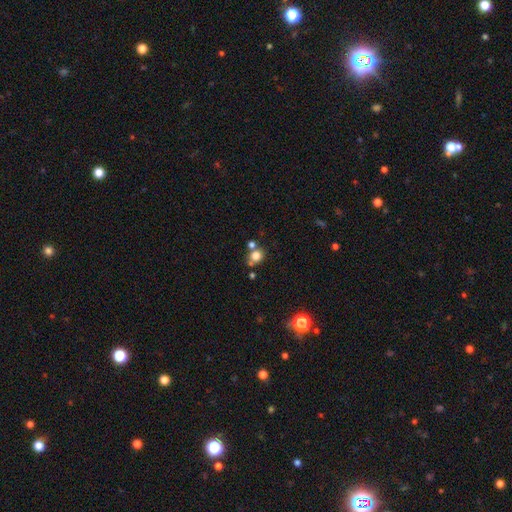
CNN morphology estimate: The model was most divided on "merging": none: 61%, merger: 24%, minor disturbance: 10%, major disturbance: 4%. More confident: how rounded — round (80%); smooth or featured — smooth (76%).